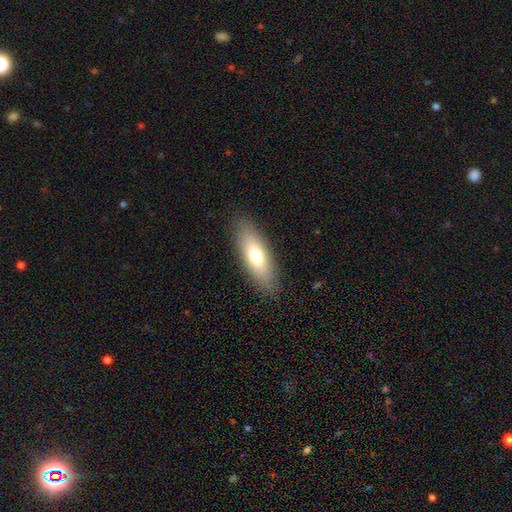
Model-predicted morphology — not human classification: This appears to be a smooth galaxy with no disk features (70%) that is in between round and cigar-shaped (59%). Merging: none (88%).